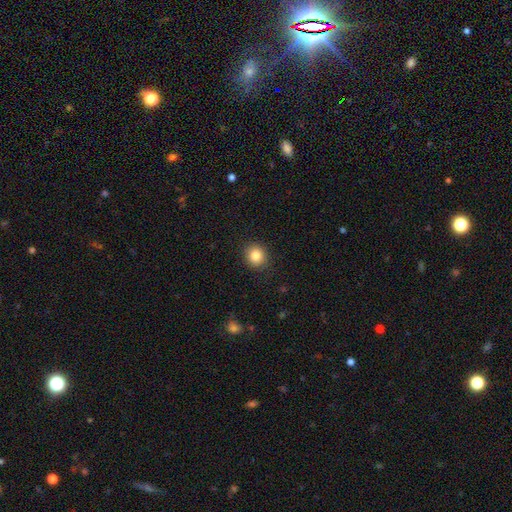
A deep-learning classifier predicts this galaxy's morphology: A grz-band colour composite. It shows a smooth galaxy with no disk features (84%) that is round (82%). Merging: none (90%).